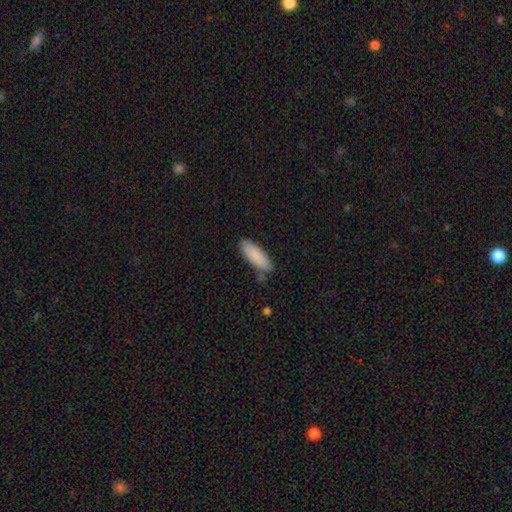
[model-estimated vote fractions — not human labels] smooth_or_featured: smooth (p=0.87) [alt: featured or disk p=0.07]
how_rounded: in between (p=0.62) [alt: cigar-shaped p=0.36]
merging: none (p=0.79) [alt: minor disturbance p=0.15]